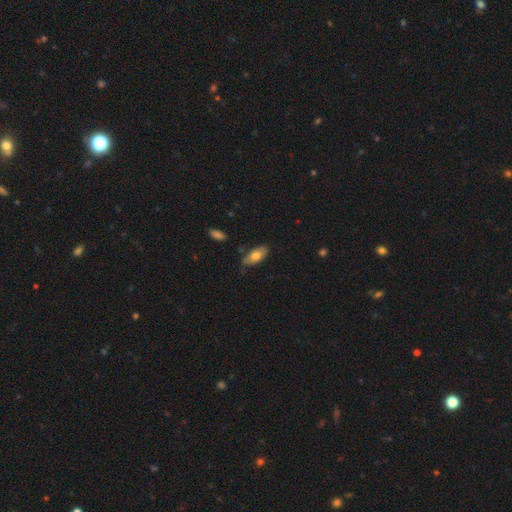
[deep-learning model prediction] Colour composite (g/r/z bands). It shows a smooth galaxy with no disk features (71%) that is in between round and cigar-shaped (86%). Merging: none (74%).